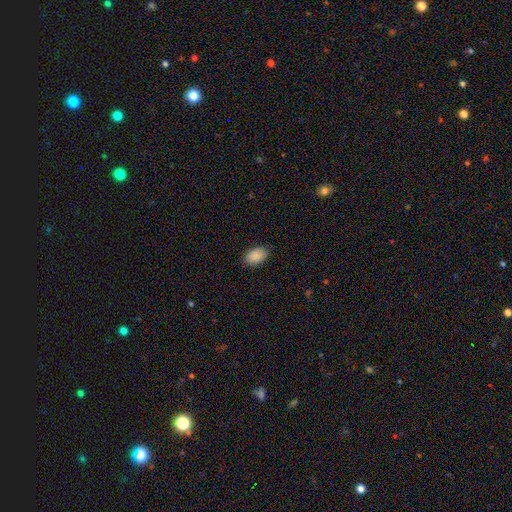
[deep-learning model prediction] Q: Smooth or featured?
A: smooth (91%); runner-up: star or artifact (6%)
Q: How rounded?
A: in between (90%); runner-up: round (9%)
Q: Merging?
A: none (88%); runner-up: minor disturbance (9%)